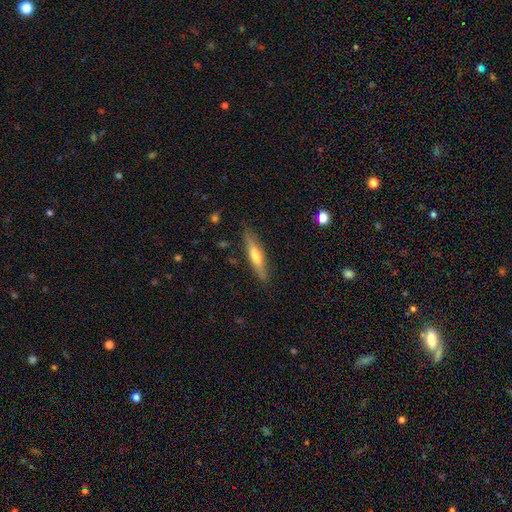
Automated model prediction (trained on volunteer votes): A smooth galaxy with no disk features (52%) that is cigar-shaped (83%). Merging: none (85%).